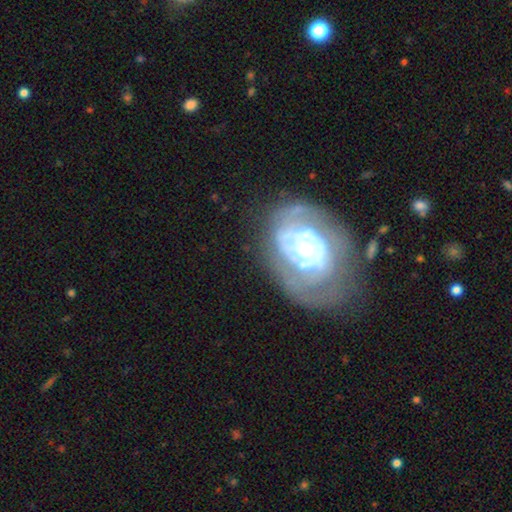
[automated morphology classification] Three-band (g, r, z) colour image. It shows a featured or disk galaxy (72%) with no bar (67%), tight (66%) spiral arms (78%) and a small central bulge (38%). Merging: none (67%).